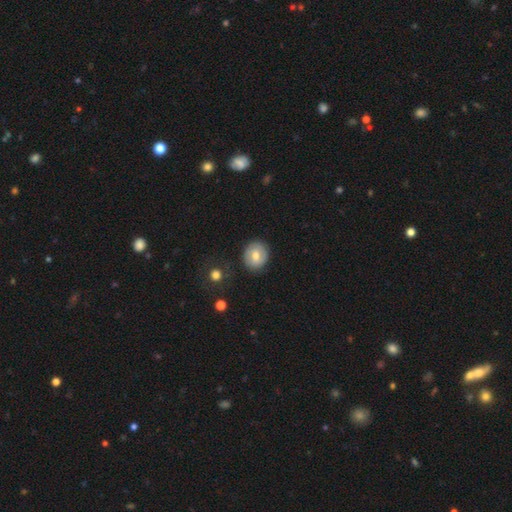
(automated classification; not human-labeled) This appears to be a smooth galaxy with no disk features (67%) that is round (70%). Merging: none (84%).